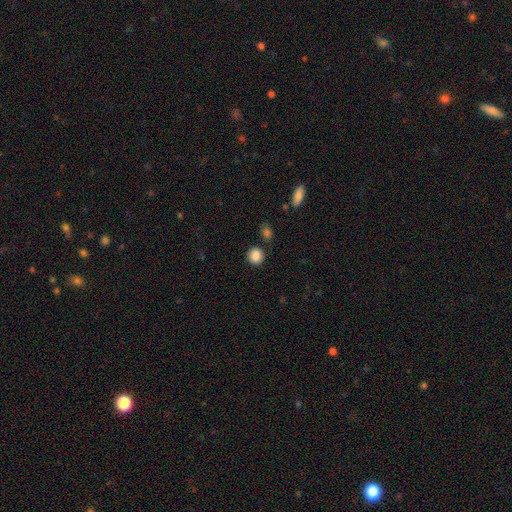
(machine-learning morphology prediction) Smooth or featured? Predicted: smooth (p=0.87). How rounded? Predicted: round (p=0.89). Merging? Predicted: none (p=0.84).